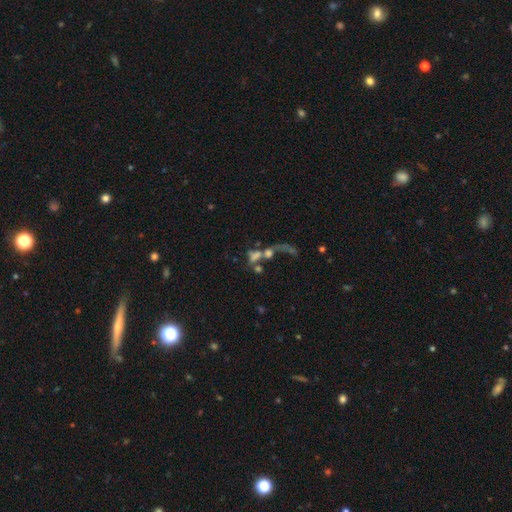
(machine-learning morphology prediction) This is marginally a smooth galaxy (43%). Merging: possibly merger (55%).